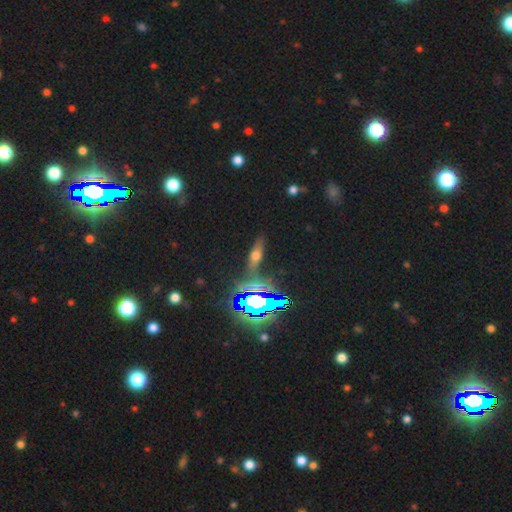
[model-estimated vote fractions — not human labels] Q: Smooth or featured?
A: smooth (35%); runner-up: featured or disk (33%)
Q: Merging?
A: none (80%); runner-up: minor disturbance (12%)